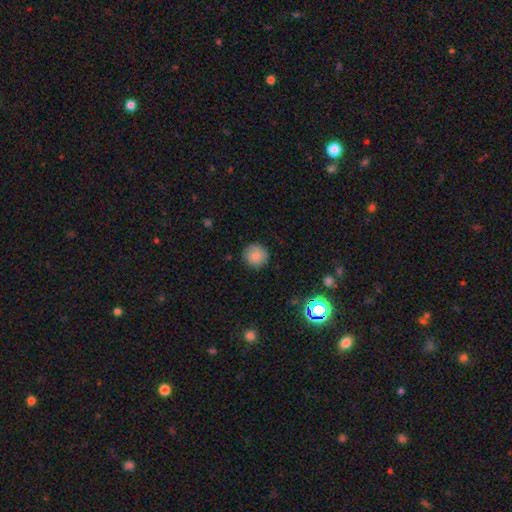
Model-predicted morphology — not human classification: type=smooth (80%); roundness=round (94%); merging=none (85%).